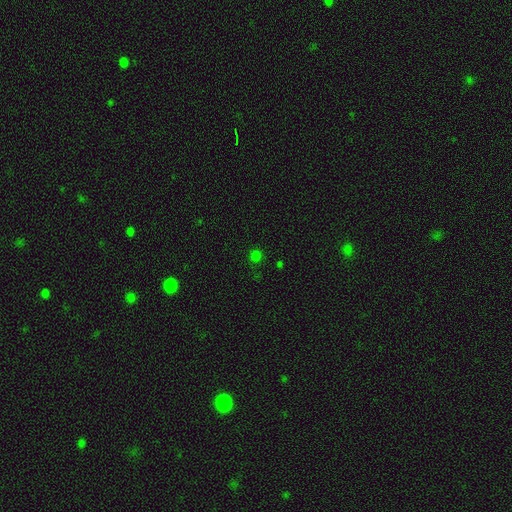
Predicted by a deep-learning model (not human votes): The model was most divided on "smooth or featured": smooth: 71%, star or artifact: 26%, featured or disk: 4%. More confident: how rounded — round (91%); merging — none (87%).